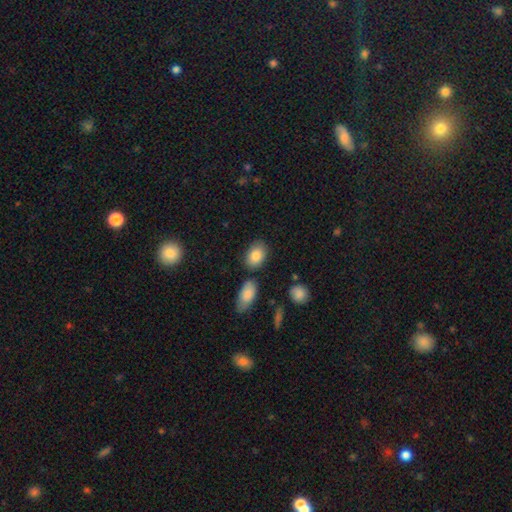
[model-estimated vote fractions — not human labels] smooth 86%, featured or disk 8%, star or artifact 7%. Down the decision tree: how rounded — in between (83%); merging — none (77%).